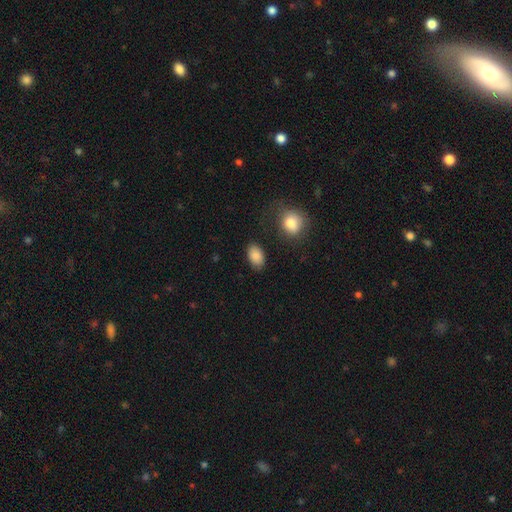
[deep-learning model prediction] Smooth or featured?
  - smooth: 88% *
  - star or artifact: 7%
  - featured or disk: 5%
How rounded?
  - in between: 90% *
  - round: 9%
  - cigar-shaped: 1%
Merging?
  - none: 84% *
  - minor disturbance: 10%
  - major disturbance: 3%
  - merger: 3%